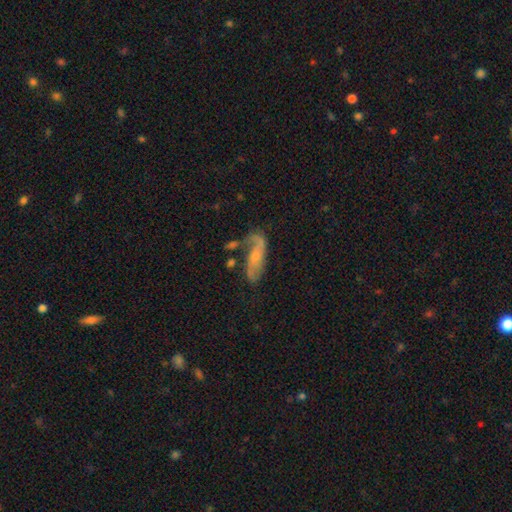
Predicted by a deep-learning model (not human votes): Morphology: type=featured or disk (70%); edge-on=no (89%); bar=no (60%); spiral arms=yes (86%); winding=loose (59%); arm count=2 (73%); bulge=small (62%); merging=none (45%).